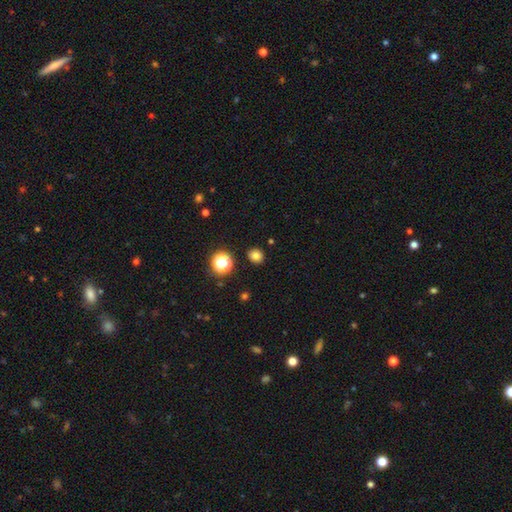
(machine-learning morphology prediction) Smooth or featured? Predicted: smooth (p=0.78). How rounded? Predicted: round (p=0.83). Merging? Predicted: none (p=0.90).